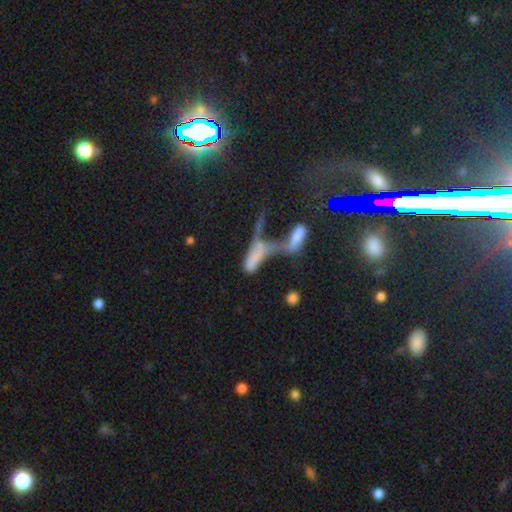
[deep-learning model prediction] This is possibly a smooth galaxy (53%). How rounded: possibly in between (53%). Merging: likely merger (69%).